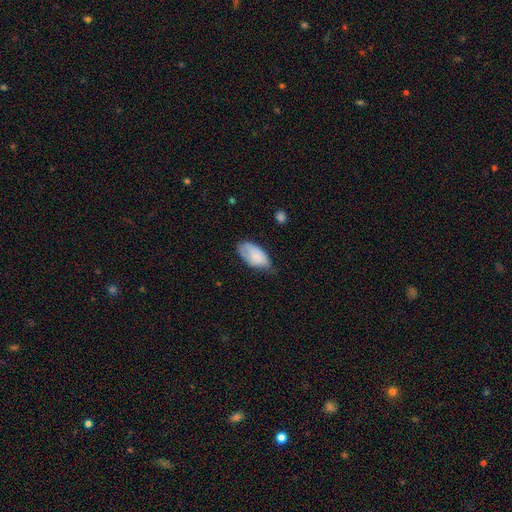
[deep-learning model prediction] This is likely a smooth galaxy (70%). How rounded: clearly in between (94%). Merging: possibly none (47%).